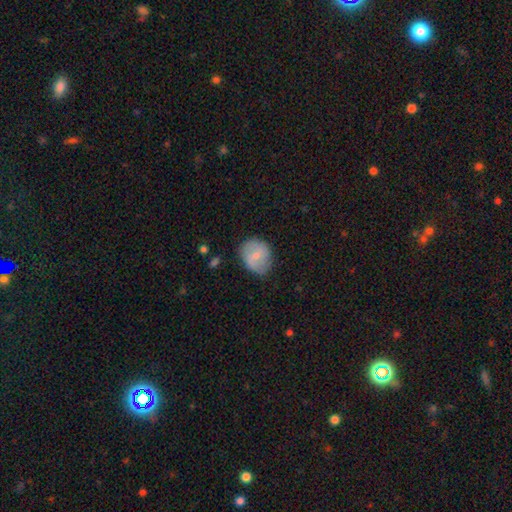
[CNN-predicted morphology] Smooth or featured? Predicted: smooth (p=0.58). How rounded? Predicted: round (p=0.62). Merging? Predicted: none (p=0.67).